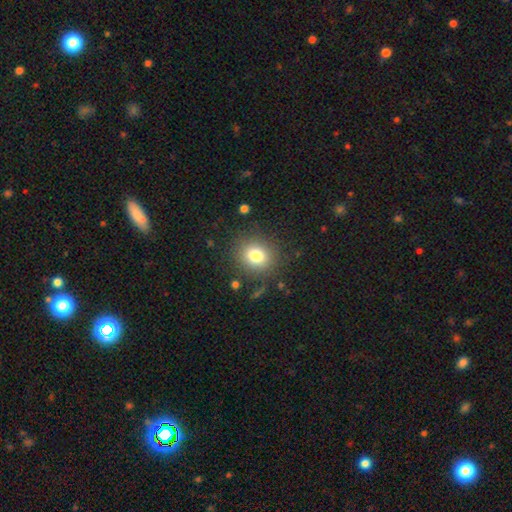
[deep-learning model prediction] smooth 78%, star or artifact 13%, featured or disk 9%. Down the decision tree: how rounded — round (81%); merging — none (85%).